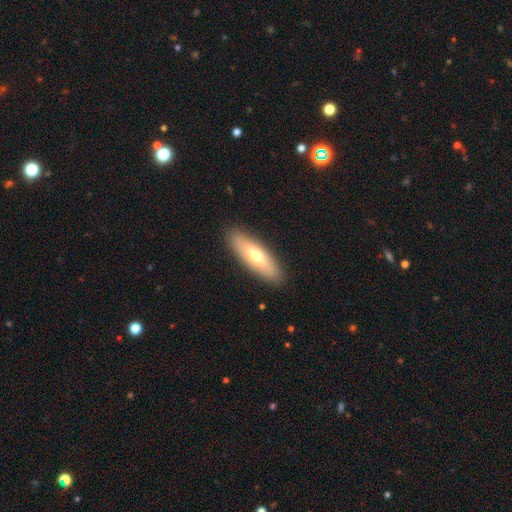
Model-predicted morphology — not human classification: smooth 63%, featured or disk 31%, star or artifact 6%. Down the decision tree: how rounded — in between (53%); merging — none (89%).